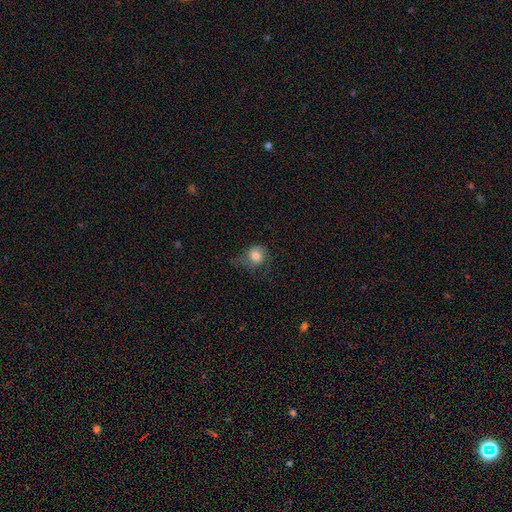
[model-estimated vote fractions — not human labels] A smooth galaxy with no disk features (76%) that is round (78%). Merging: none (45%).